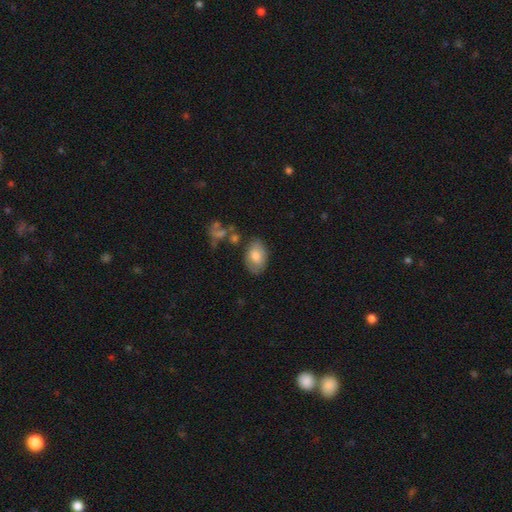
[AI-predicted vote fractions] Smooth or featured? smooth (74%)
How rounded? in between (89%)
Merging? none (71%)